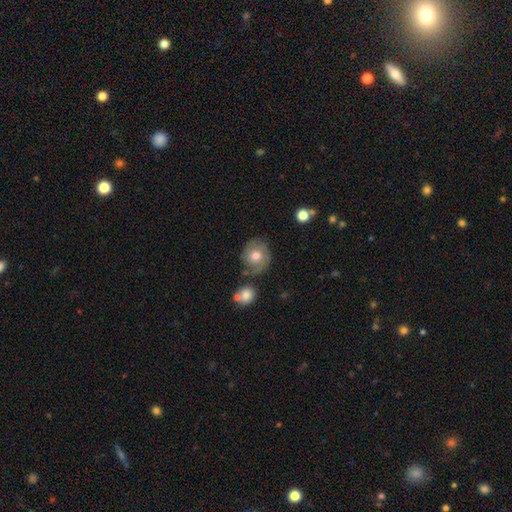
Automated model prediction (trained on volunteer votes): Smooth or featured? smooth (55%)
How rounded? round (76%)
Merging? none (66%)